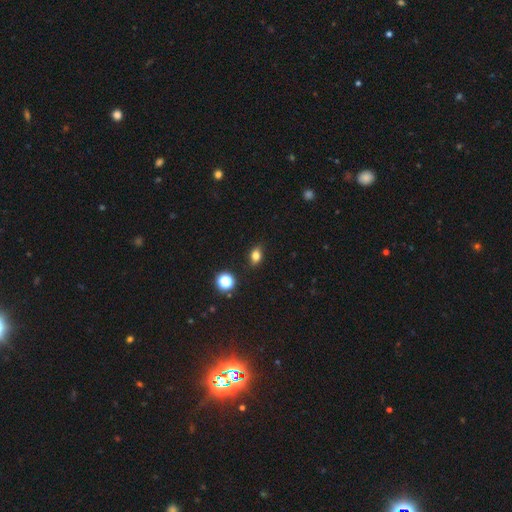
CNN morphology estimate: Smooth or featured? smooth (76%)
How rounded? in between (72%)
Merging? none (84%)